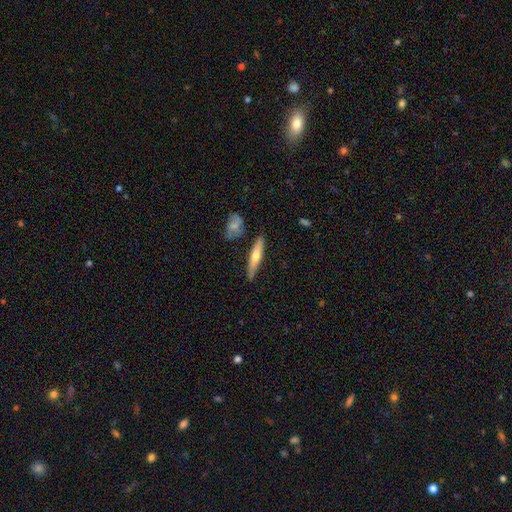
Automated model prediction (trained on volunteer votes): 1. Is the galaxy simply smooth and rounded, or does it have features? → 51% smooth, 44% featured or disk, 5% star or artifact.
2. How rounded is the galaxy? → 86% cigar-shaped, 13% in between, 2% round.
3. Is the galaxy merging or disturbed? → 80% none, 14% minor disturbance, 4% merger, 2% major disturbance.